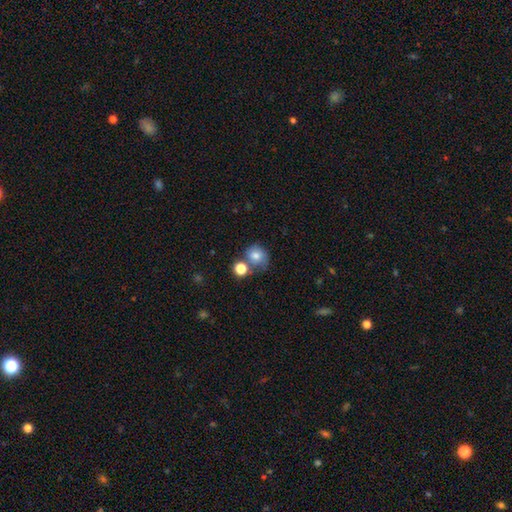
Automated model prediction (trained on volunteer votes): Smooth or featured? smooth (78%)
How rounded? round (78%)
Merging? none (50%)